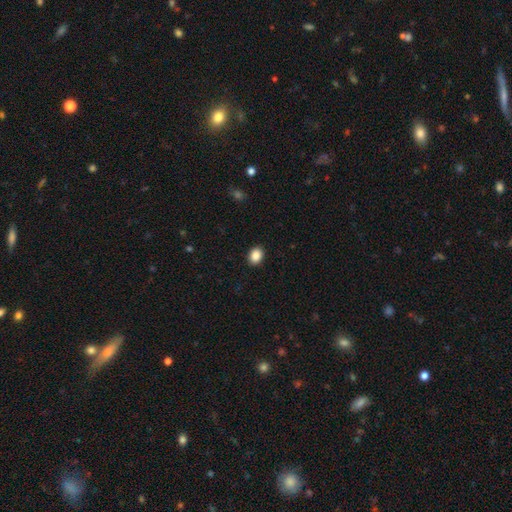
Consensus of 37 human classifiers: Smooth or featured: smooth — 95% (star or artifact — 5%)
How rounded: in between — 66% (round — 34%)
Merging: none — 83% (minor disturbance — 14%)